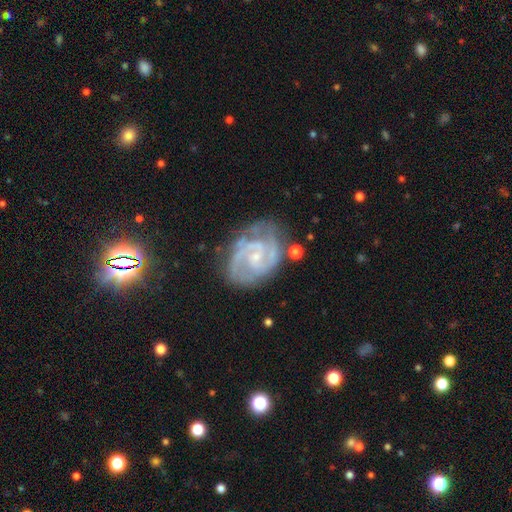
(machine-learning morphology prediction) smooth-or-featured: featured or disk: 88% | smooth: 6% | star or artifact: 6%
  disk-edge-on: no: 98% | yes: 2%
    bar: no: 51% | weak: 40% | strong: 9%
    has-spiral-arms: yes: 97% | no: 3%
      spiral-winding: tight: 50% | medium: 42% | loose: 8%
      spiral-arm-count: 2: 64% | 3: 15% | can't tell: 11% | 4: 3% | 1: 3% | more than 4: 3%
    bulge-size: small: 72% | moderate: 20% | none: 6% | large: 1% | dominant: 1%
  merging: none: 68% | minor disturbance: 20% | major disturbance: 8% | merger: 3%